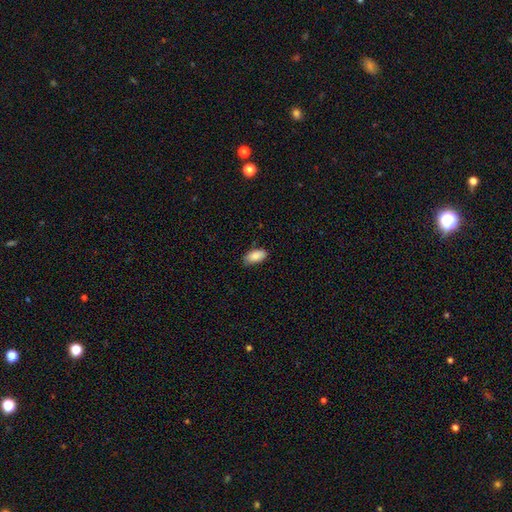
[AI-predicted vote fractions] Q: Smooth or featured?
A: smooth (87%); runner-up: star or artifact (7%)
Q: How rounded?
A: in between (93%); runner-up: cigar-shaped (4%)
Q: Merging?
A: none (80%); runner-up: minor disturbance (16%)